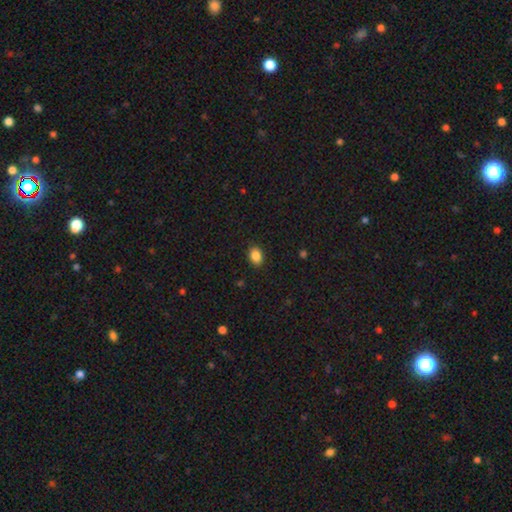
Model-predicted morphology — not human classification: Smooth or featured? smooth (87%)
How rounded? in between (70%)
Merging? none (90%)